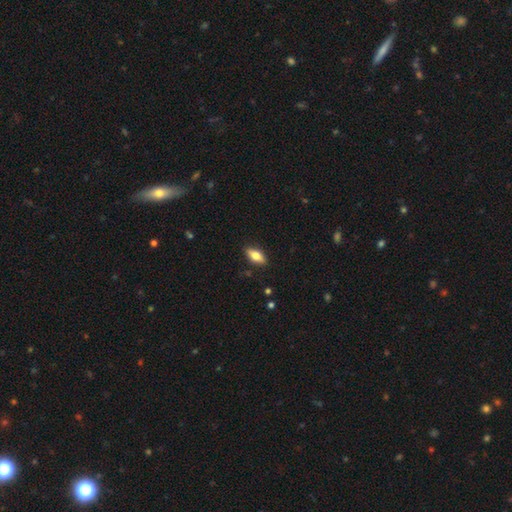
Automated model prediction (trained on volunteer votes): A smooth galaxy with no disk features (68%) that is in between round and cigar-shaped (81%). Merging: none (87%).